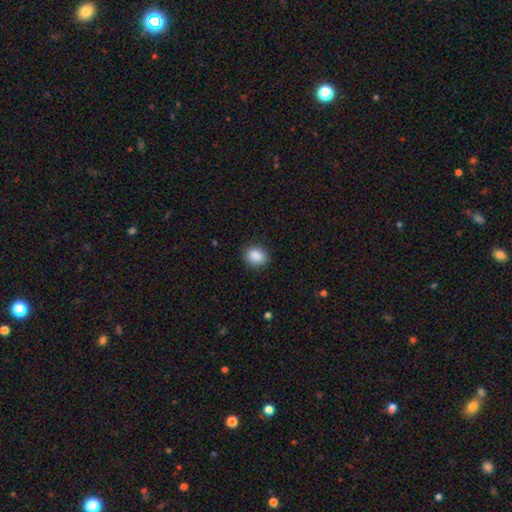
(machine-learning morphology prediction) This appears to be a smooth galaxy with no disk features (89%) that is in between round and cigar-shaped (50%). Merging: none (88%).